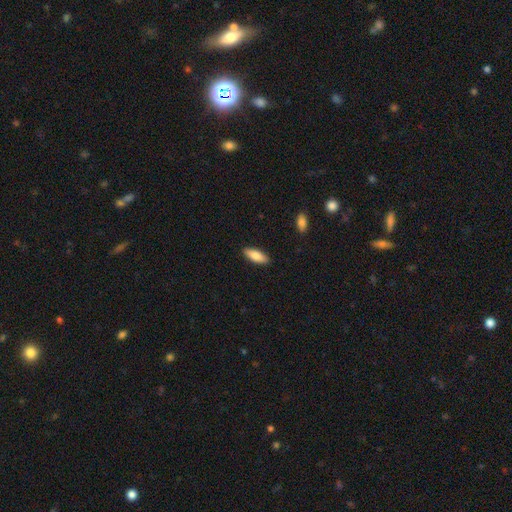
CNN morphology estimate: smooth_or_featured: smooth (p=0.81) [alt: featured or disk p=0.13]
how_rounded: in between (p=0.70) [alt: cigar-shaped p=0.28]
merging: none (p=0.89) [alt: minor disturbance p=0.08]